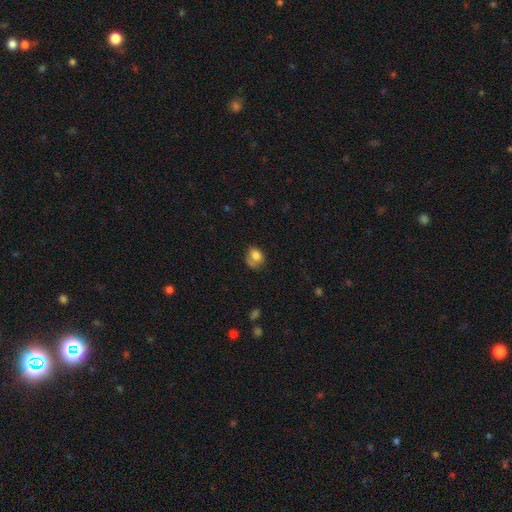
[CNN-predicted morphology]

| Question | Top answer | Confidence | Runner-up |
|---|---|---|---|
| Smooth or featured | smooth | 76% | featured or disk (14%) |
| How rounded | in between | 53% | round (46%) |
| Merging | none | 48% | minor disturbance (28%) |